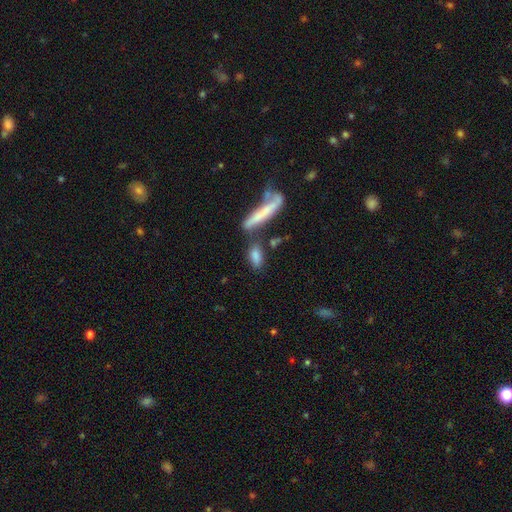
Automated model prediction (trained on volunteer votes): smooth-or-featured: smooth: 79% | featured or disk: 13% | star or artifact: 7%
  how-rounded: in between: 65% | cigar-shaped: 31% | round: 4%
  merging: none: 54% | merger: 24% | minor disturbance: 15% | major disturbance: 6%